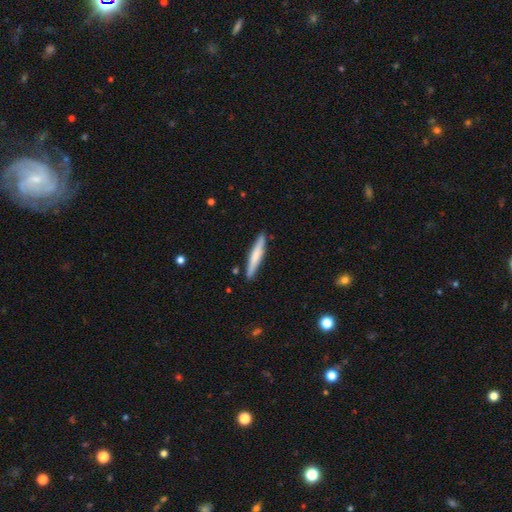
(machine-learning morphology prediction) The model was most divided on "smooth or featured": smooth: 63%, featured or disk: 32%, star or artifact: 5%. More confident: how rounded — cigar-shaped (92%); merging — none (89%).